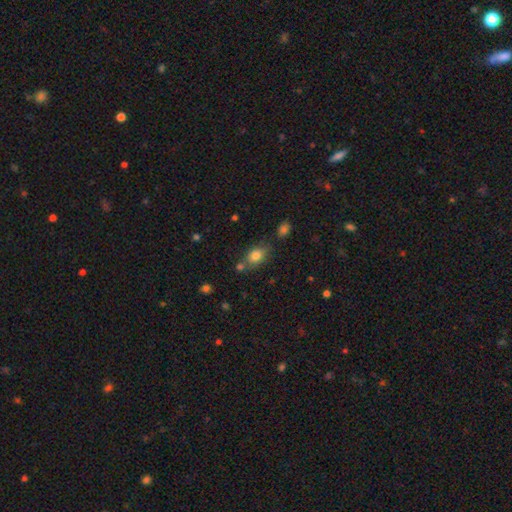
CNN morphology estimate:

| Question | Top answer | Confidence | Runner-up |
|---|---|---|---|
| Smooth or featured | smooth | 80% | star or artifact (10%) |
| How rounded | in between | 77% | round (21%) |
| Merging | none | 63% | merger (16%) |